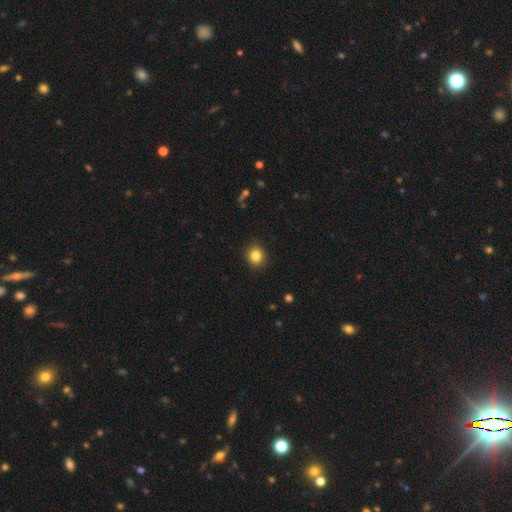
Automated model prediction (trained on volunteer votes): smooth-or-featured: smooth: 84% | star or artifact: 11% | featured or disk: 5%
  how-rounded: round: 83% | in between: 16% | cigar-shaped: 1%
  merging: none: 90% | minor disturbance: 7% | major disturbance: 2% | merger: 1%